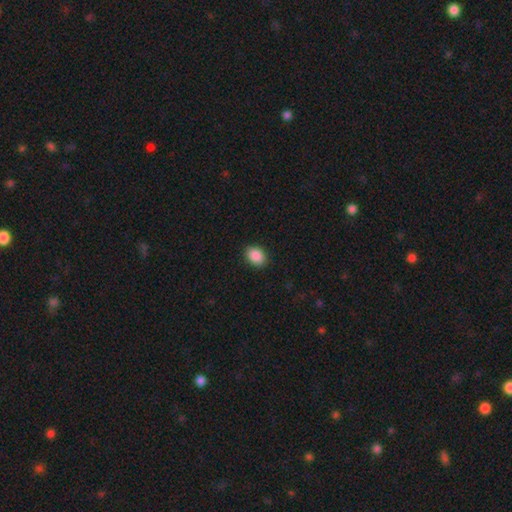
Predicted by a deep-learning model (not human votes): Smooth or featured?
  - smooth: 89% *
  - star or artifact: 8%
  - featured or disk: 3%
How rounded?
  - in between: 70% *
  - round: 29%
  - cigar-shaped: 1%
Merging?
  - none: 90% *
  - minor disturbance: 7%
  - major disturbance: 2%
  - merger: 1%